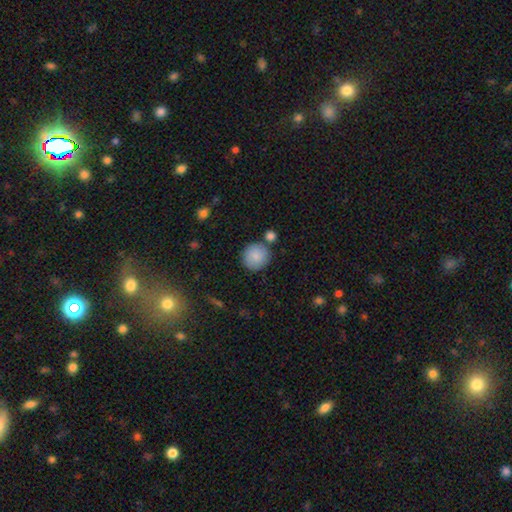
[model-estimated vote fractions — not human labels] Smooth or featured? Predicted: smooth (p=0.87). How rounded? Predicted: round (p=0.93). Merging? Predicted: none (p=0.79).